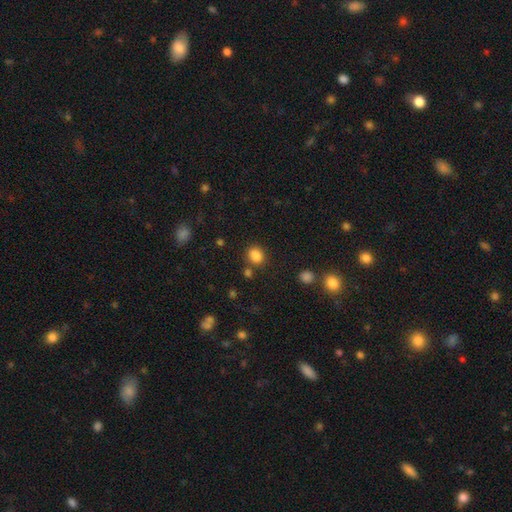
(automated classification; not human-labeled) Overall: smooth (84%). How rounded: round (52%; in between 47%). Merging: none (74%).